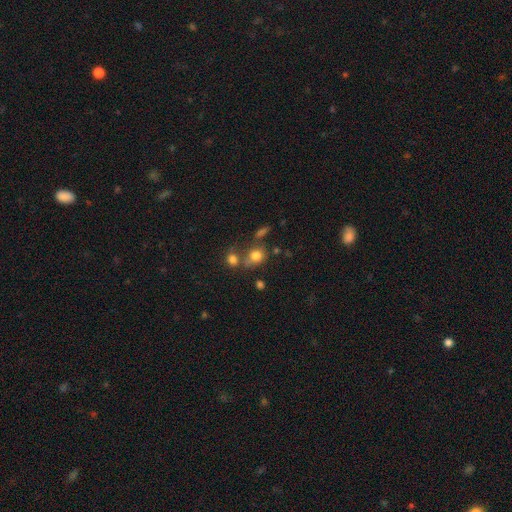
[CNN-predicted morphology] Smooth or featured? Predicted: smooth (p=0.77). How rounded? Predicted: round (p=0.66). Merging? Predicted: none (p=0.49).